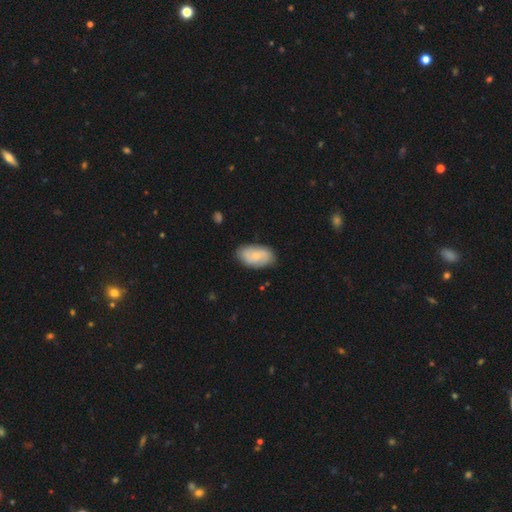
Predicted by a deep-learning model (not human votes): A smooth galaxy with no disk features (55%) that is in between round and cigar-shaped (93%). Merging: none (79%).